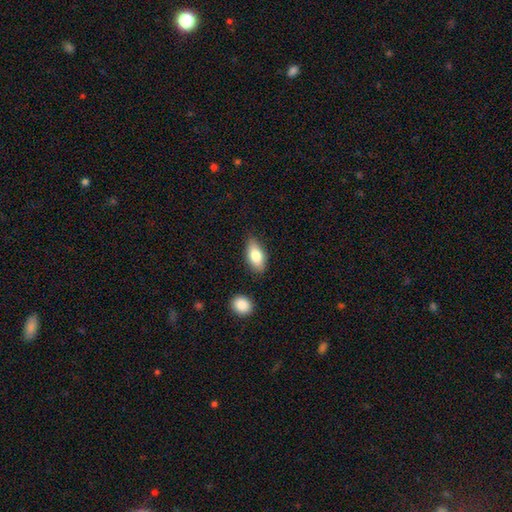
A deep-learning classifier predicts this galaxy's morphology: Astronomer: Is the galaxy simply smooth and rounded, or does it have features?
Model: smooth — 80%.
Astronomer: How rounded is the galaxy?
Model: in between — 88%.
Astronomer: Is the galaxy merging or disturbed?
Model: none — 81%.